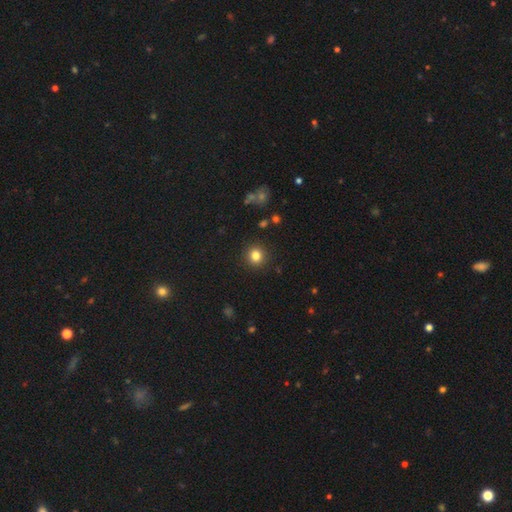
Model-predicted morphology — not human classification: smooth 81%, star or artifact 12%, featured or disk 6%. Down the decision tree: how rounded — round (92%); merging — none (91%).